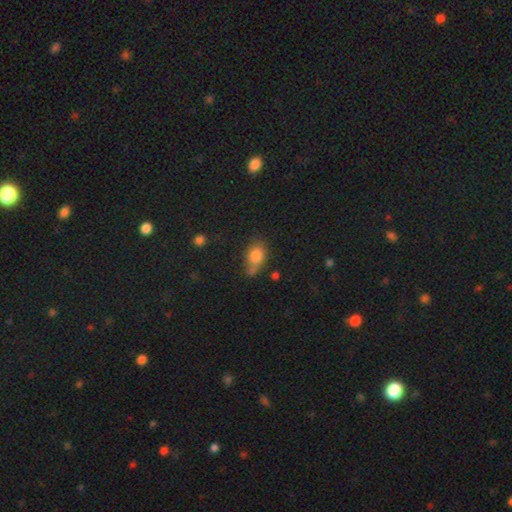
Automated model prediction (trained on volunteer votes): Overall: smooth (77%). How rounded: in between (72%). Merging: none (46%; minor disturbance 30%).